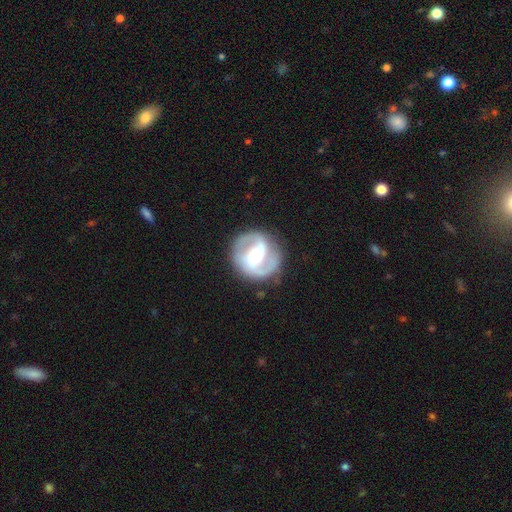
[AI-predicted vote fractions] Smooth or featured?
  - featured or disk: 85% *
  - smooth: 10%
  - star or artifact: 5%
Edge-on disk?
  - no: 98% *
  - yes: 2%
Bar?
  - weak: 40% *
  - strong: 35%
  - no: 24%
Spiral arms?
  - yes: 94% *
  - no: 6%
Spiral winding?
  - medium: 53% *
  - tight: 28%
  - loose: 19%
Spiral arm count?
  - 2: 90% *
  - can't tell: 4%
  - 3: 2%
  - 1: 2%
  - 4: 1%
  - more than 4: 1%
Bulge size?
  - moderate: 57% *
  - small: 36%
  - large: 4%
  - none: 1%
  - dominant: 1%
Merging?
  - none: 83% *
  - minor disturbance: 11%
  - major disturbance: 4%
  - merger: 1%